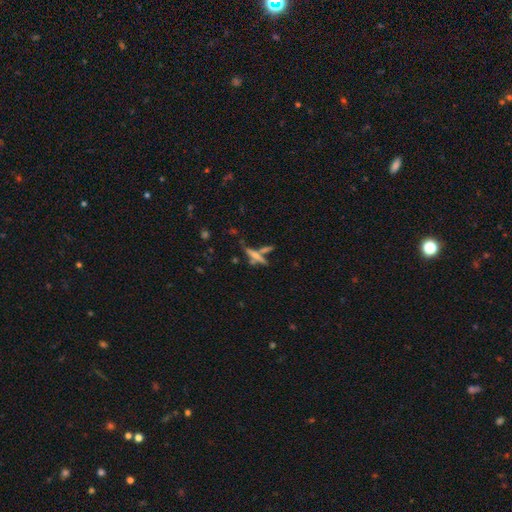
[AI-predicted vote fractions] Smooth or featured? Predicted: featured or disk (p=0.49). Merging? Predicted: none (p=0.58).